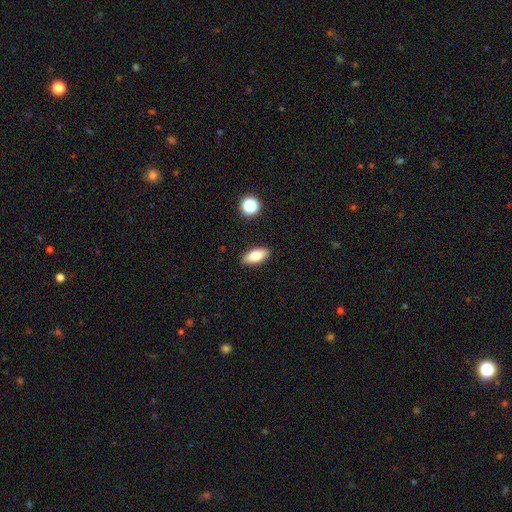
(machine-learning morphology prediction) type=smooth (72%); roundness=in between (81%); merging=none (89%).